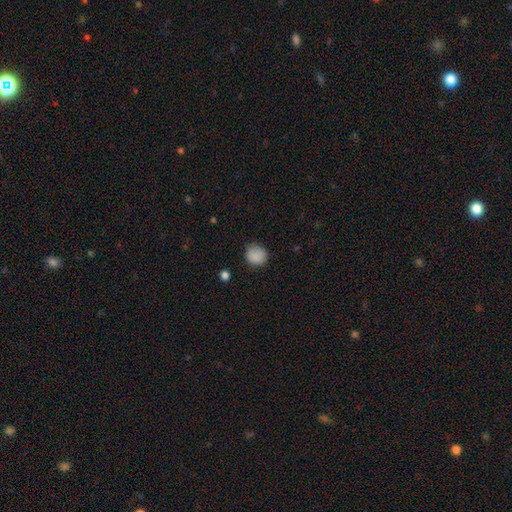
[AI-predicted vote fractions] A smooth galaxy with no disk features (88%) that is round (81%). Merging: none (80%).